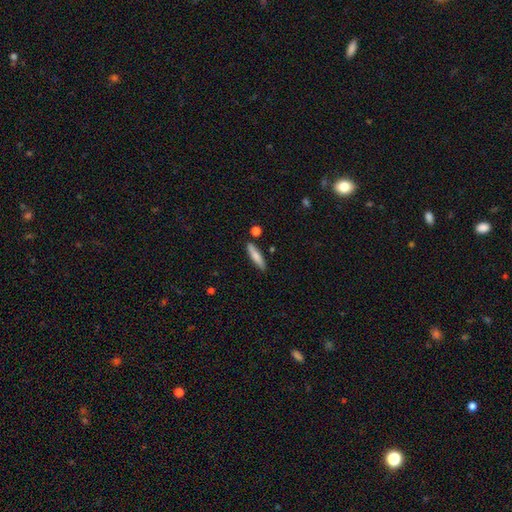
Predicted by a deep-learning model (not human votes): Smooth or featured?
  - smooth: 76% *
  - featured or disk: 18%
  - star or artifact: 6%
How rounded?
  - cigar-shaped: 82% *
  - in between: 17%
  - round: 2%
Merging?
  - none: 83% *
  - minor disturbance: 10%
  - merger: 4%
  - major disturbance: 2%